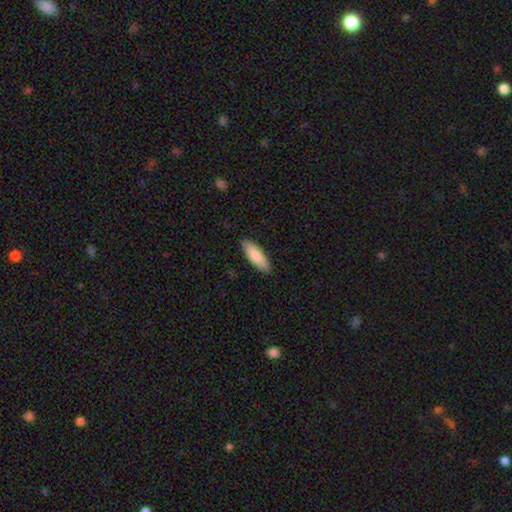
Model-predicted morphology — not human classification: Smooth or featured?
  - smooth: 85% *
  - featured or disk: 10%
  - star or artifact: 5%
How rounded?
  - in between: 61% *
  - cigar-shaped: 37%
  - round: 2%
Merging?
  - none: 88% *
  - minor disturbance: 10%
  - major disturbance: 2%
  - merger: 1%